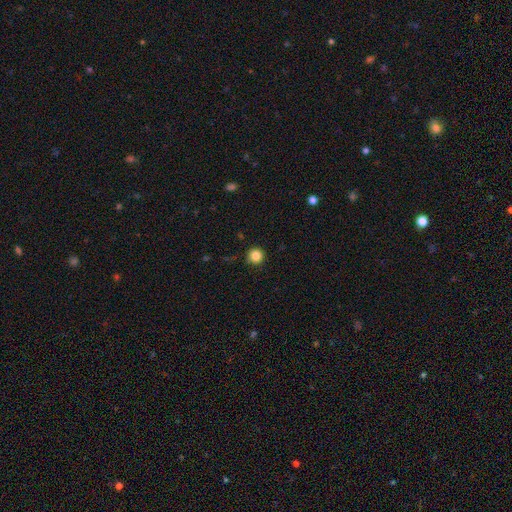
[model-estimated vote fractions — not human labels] Q: Smooth or featured?
A: smooth (85%); runner-up: star or artifact (11%)
Q: How rounded?
A: round (95%); runner-up: in between (4%)
Q: Merging?
A: none (91%); runner-up: minor disturbance (6%)